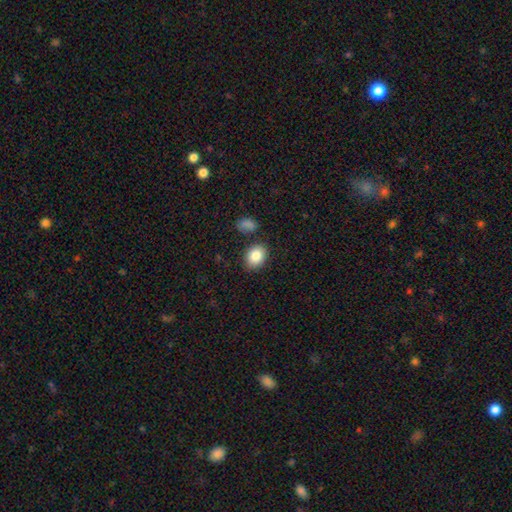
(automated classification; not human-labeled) Smooth or featured?
  - smooth: 85% *
  - star or artifact: 8%
  - featured or disk: 7%
How rounded?
  - in between: 63% *
  - round: 36%
  - cigar-shaped: 1%
Merging?
  - none: 82% *
  - minor disturbance: 10%
  - merger: 5%
  - major disturbance: 3%